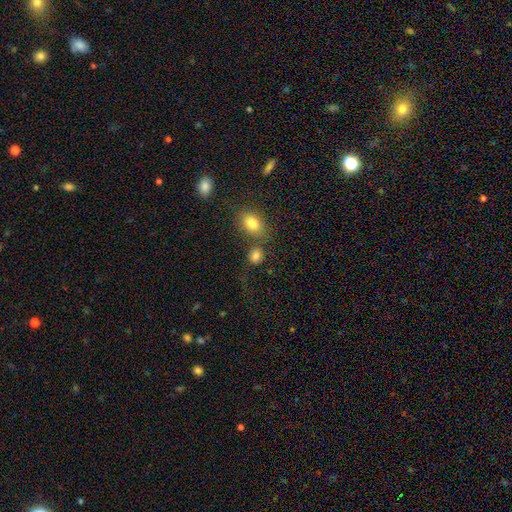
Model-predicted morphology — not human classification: Smooth or featured: smooth — 83% (star or artifact — 11%)
How rounded: round — 60% (in between — 38%)
Merging: none — 64% (merger — 19%)